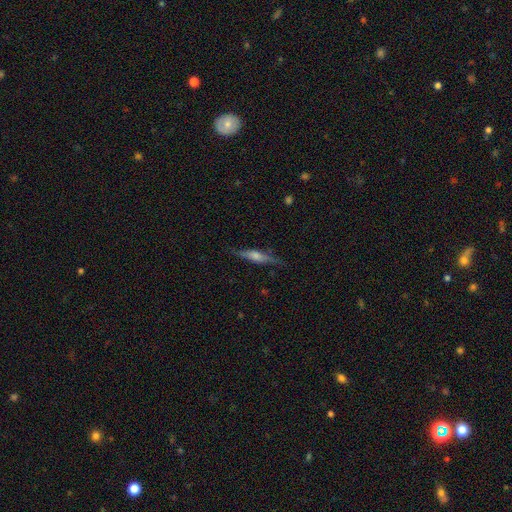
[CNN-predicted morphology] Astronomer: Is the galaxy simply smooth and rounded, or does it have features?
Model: featured or disk — 69%.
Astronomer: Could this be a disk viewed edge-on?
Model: yes — 95%.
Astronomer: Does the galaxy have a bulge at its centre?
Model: rounded — 74%.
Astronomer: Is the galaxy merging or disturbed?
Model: none — 84%.